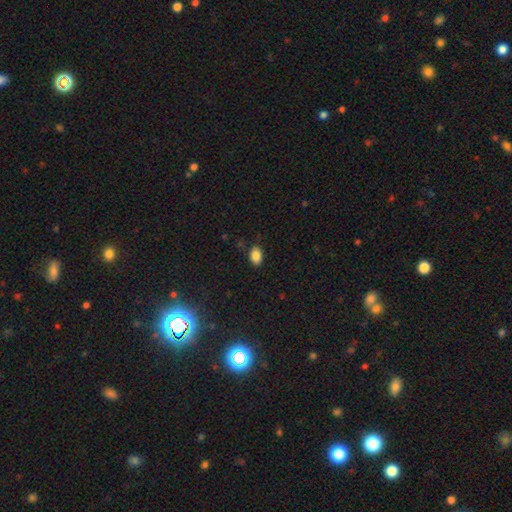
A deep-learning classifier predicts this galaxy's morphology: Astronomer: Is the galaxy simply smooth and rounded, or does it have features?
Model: smooth — 86%.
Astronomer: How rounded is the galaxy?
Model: in between — 86%.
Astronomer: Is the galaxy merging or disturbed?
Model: none — 85%.